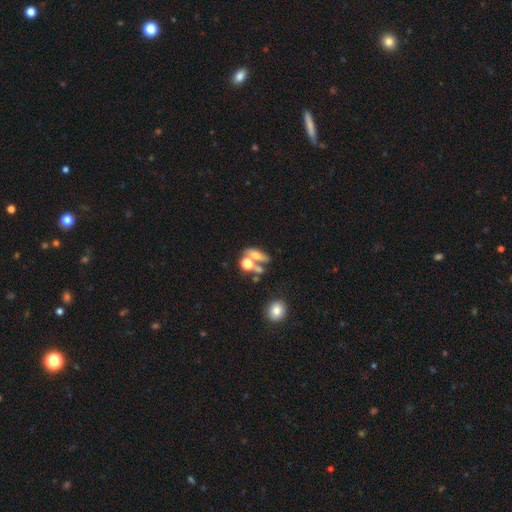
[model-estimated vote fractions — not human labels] This is possibly a smooth galaxy (58%). How rounded: possibly in between (52%). Merging: marginally merger (41%).